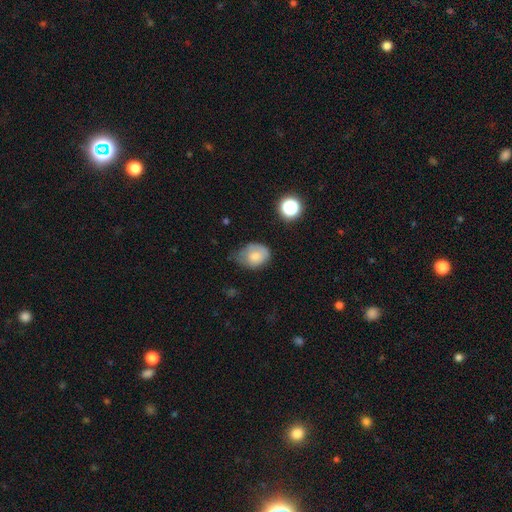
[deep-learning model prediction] Overall: smooth (73%). How rounded: in between (63%; round 36%). Merging: minor disturbance (44%; none 36%).